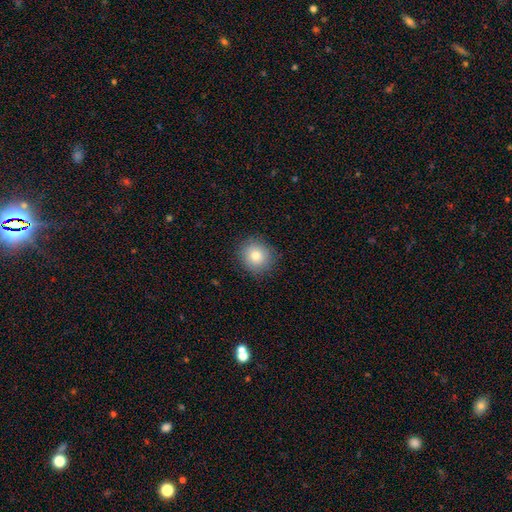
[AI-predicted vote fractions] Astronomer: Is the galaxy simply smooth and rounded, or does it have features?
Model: smooth — 78%.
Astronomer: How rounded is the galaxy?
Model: round — 86%.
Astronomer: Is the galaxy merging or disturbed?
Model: none — 87%.